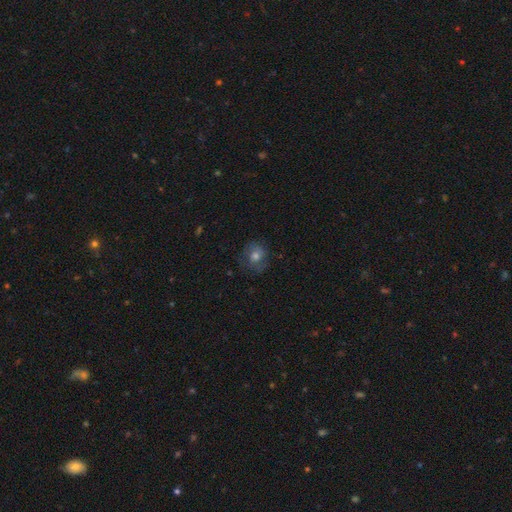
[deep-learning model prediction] This is possibly a smooth galaxy (56%). How rounded: clearly round (81%). Merging: likely none (75%).